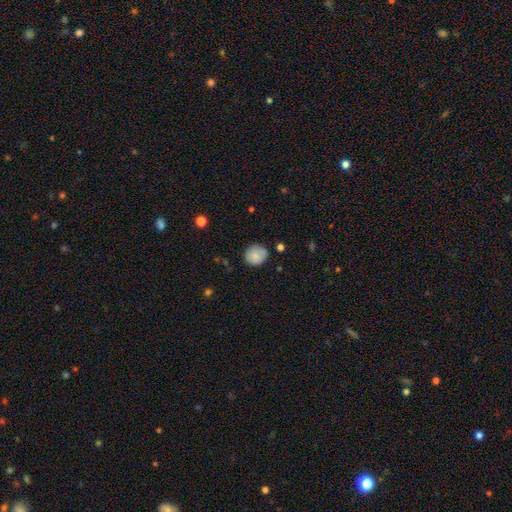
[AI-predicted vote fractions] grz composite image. It shows a smooth galaxy with no disk features (82%) that is round (83%). Merging: none (77%).